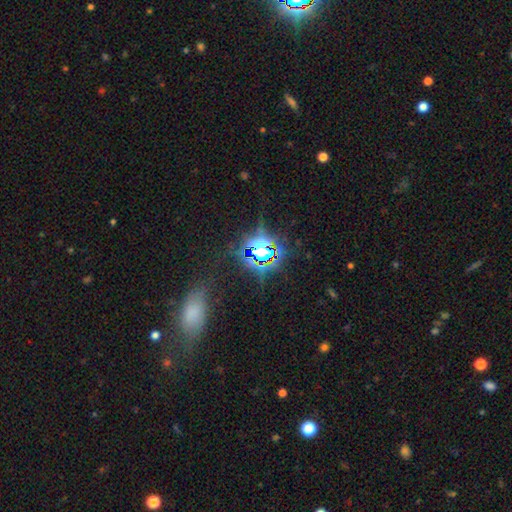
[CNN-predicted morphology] smooth_or_featured: star or artifact (p=0.76) [alt: smooth p=0.15]